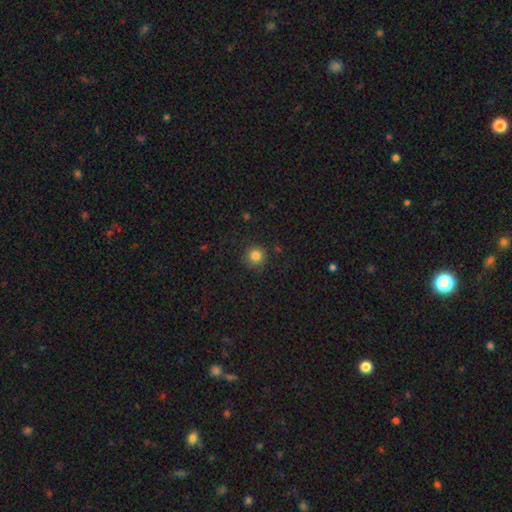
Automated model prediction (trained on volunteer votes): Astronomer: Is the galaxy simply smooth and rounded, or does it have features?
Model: smooth — 83%.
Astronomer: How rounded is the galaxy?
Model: round — 95%.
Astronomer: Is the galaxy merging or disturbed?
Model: none — 87%.